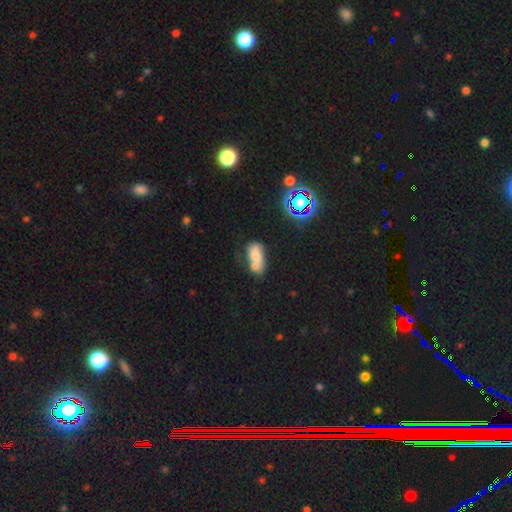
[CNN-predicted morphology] Overall: smooth (60%; featured or disk 26%). How rounded: in between (85%). Merging: merger (51%; none 25%).